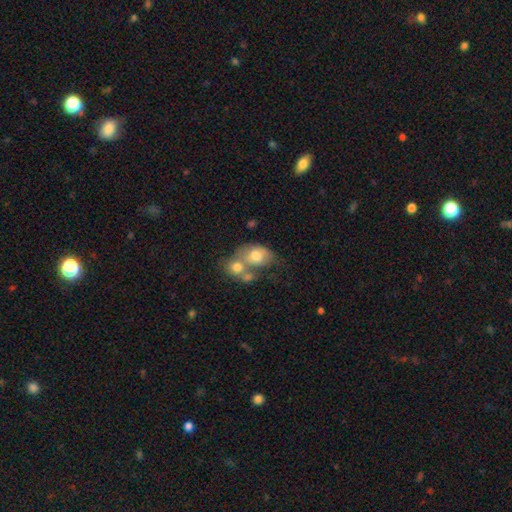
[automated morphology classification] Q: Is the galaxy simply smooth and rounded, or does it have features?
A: smooth — 66%.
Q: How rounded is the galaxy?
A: in between — 69%.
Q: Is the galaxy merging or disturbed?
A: merger — 62%.